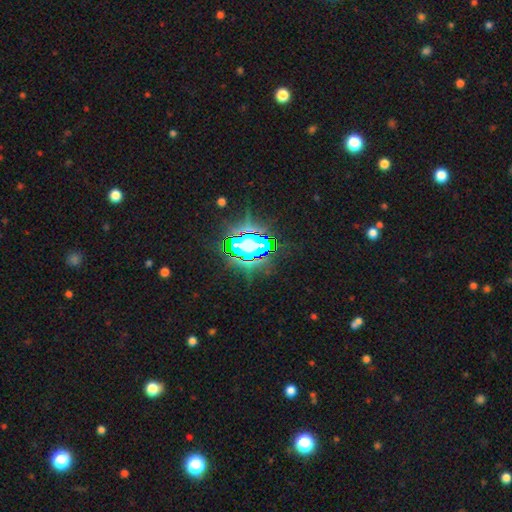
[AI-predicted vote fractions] A star or artifact, not a galaxy (82%).